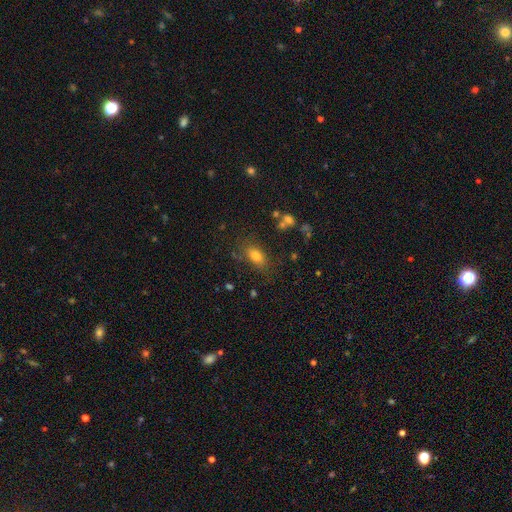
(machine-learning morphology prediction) Smooth or featured? Predicted: smooth (p=0.76). How rounded? Predicted: in between (p=0.84). Merging? Predicted: none (p=0.75).